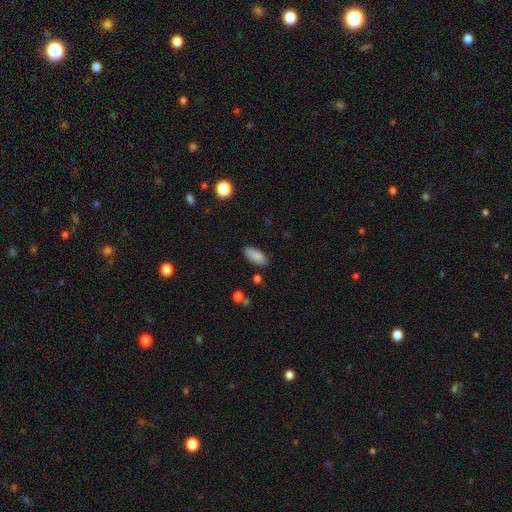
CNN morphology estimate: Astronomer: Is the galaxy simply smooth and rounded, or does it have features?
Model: smooth — 87%.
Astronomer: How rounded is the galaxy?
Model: in between — 86%.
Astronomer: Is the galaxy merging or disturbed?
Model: none — 86%.